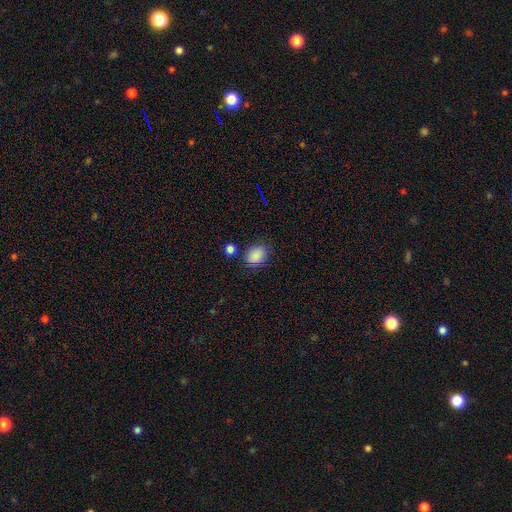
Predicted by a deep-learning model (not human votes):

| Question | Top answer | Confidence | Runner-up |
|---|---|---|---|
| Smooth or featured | smooth | 86% | star or artifact (10%) |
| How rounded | in between | 53% | round (46%) |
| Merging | none | 76% | minor disturbance (15%) |